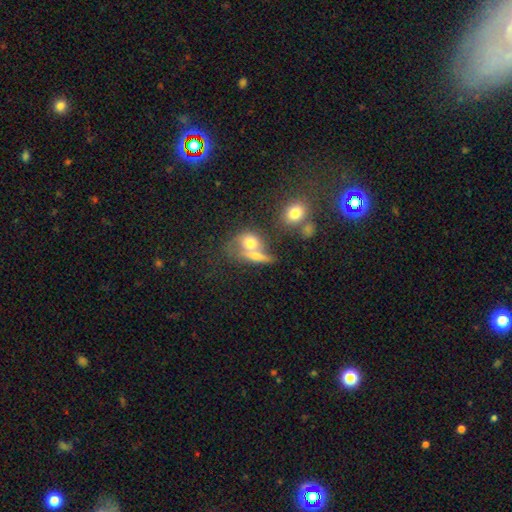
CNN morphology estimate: smooth_or_featured: smooth (p=0.62) [alt: featured or disk p=0.28]
how_rounded: in between (p=0.44) [alt: round p=0.41]
merging: merger (p=0.51) [alt: none p=0.30]